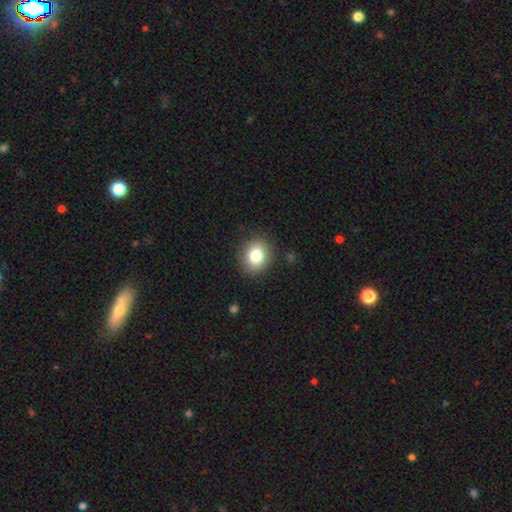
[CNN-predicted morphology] smooth 81%, star or artifact 10%, featured or disk 9%. Down the decision tree: how rounded — round (64%); merging — none (88%).